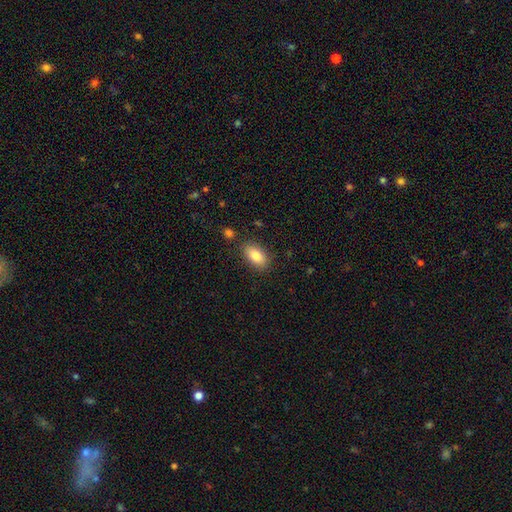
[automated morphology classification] Smooth or featured? smooth (84%)
How rounded? in between (91%)
Merging? none (83%)